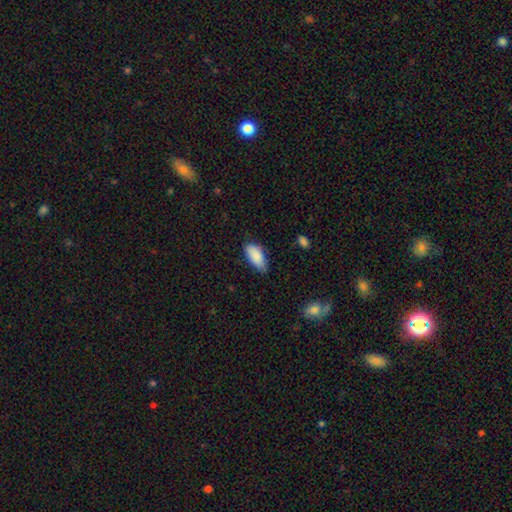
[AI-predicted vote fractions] Smooth or featured: smooth — 86% (featured or disk — 7%)
How rounded: in between — 89% (cigar-shaped — 9%)
Merging: none — 67% (minor disturbance — 27%)